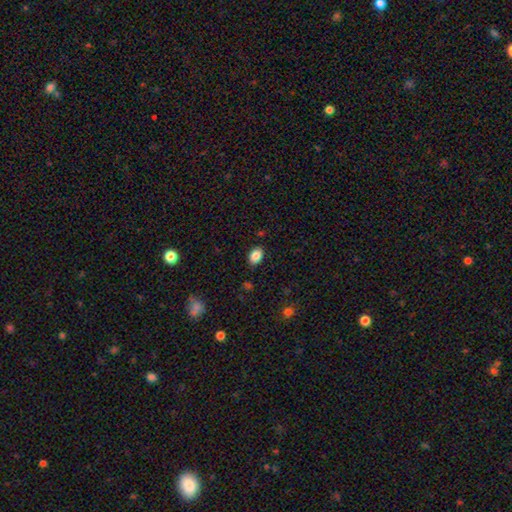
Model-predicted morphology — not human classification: A smooth galaxy with no disk features (86%) that is in between round and cigar-shaped (82%).

Vote fractions:
- Smooth or featured? smooth: 86% / star or artifact: 9% / featured or disk: 5%
- How rounded? in between: 82% / round: 17% / cigar-shaped: 1%
- Merging? none: 86% / minor disturbance: 10% / major disturbance: 2% / merger: 1%